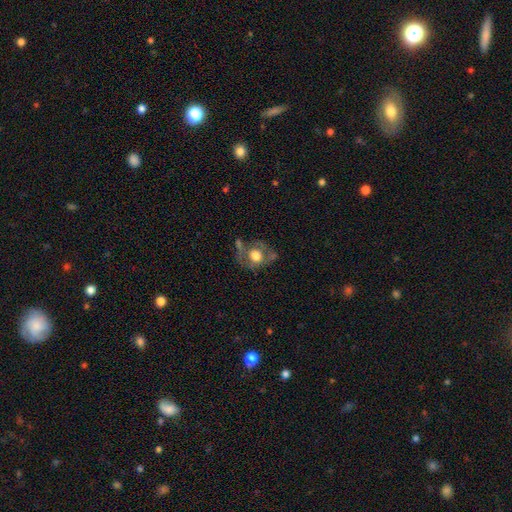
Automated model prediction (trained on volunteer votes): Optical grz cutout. It shows a smooth galaxy with no disk features (46%, tied with featured or disk). Merging: none (54%).